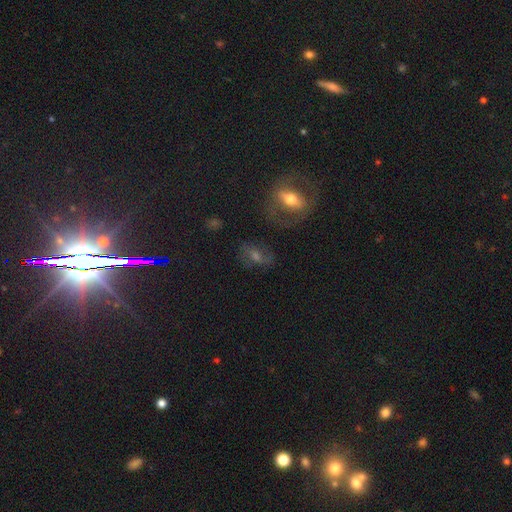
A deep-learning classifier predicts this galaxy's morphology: type=featured or disk (41%); merging=none (68%).